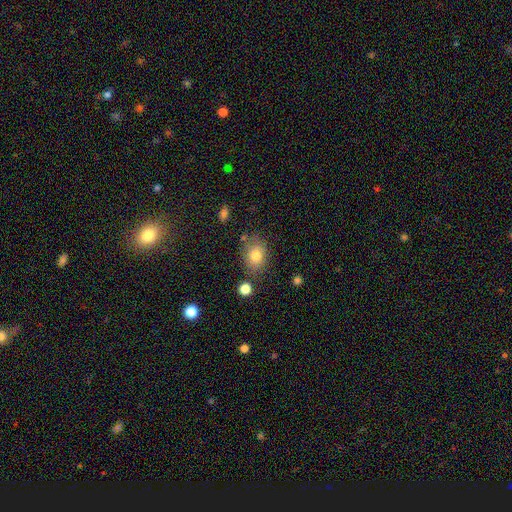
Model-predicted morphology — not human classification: Smooth or featured? Predicted: smooth (p=0.80). How rounded? Predicted: in between (p=0.62). Merging? Predicted: none (p=0.74).